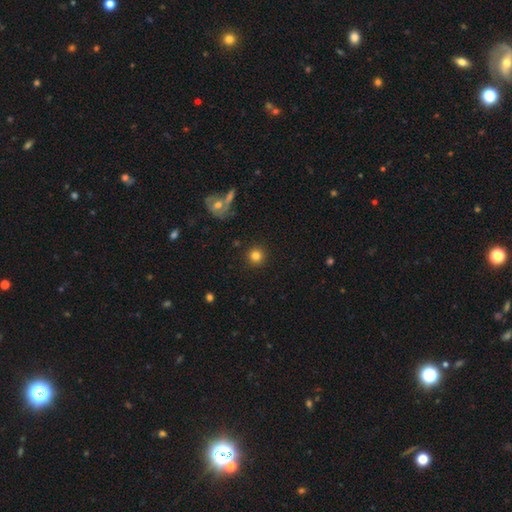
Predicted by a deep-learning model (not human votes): smooth-or-featured: smooth: 83% | star or artifact: 12% | featured or disk: 5%
  how-rounded: round: 94% | in between: 5% | cigar-shaped: 1%
  merging: none: 90% | minor disturbance: 6% | major disturbance: 2% | merger: 2%